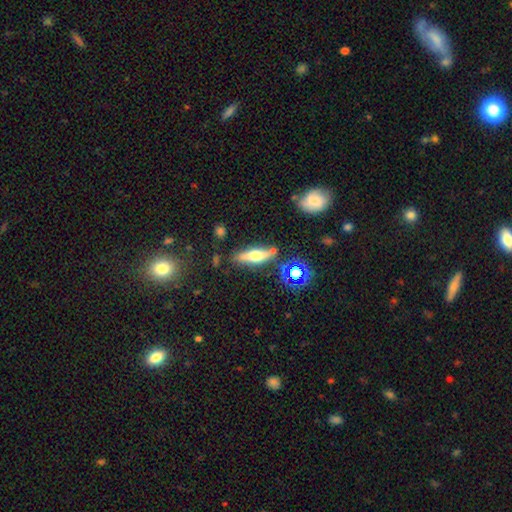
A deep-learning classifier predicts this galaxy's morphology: type=smooth (48%); merging=none (76%).